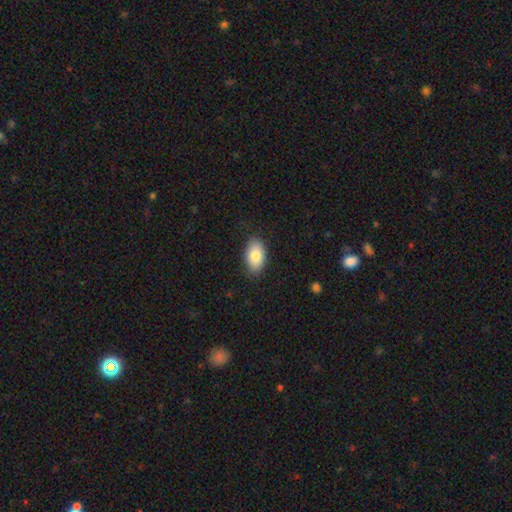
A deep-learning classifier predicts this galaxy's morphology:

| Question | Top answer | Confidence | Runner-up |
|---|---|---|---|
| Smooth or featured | smooth | 83% | featured or disk (10%) |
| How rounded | in between | 93% | round (6%) |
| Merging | none | 85% | minor disturbance (12%) |